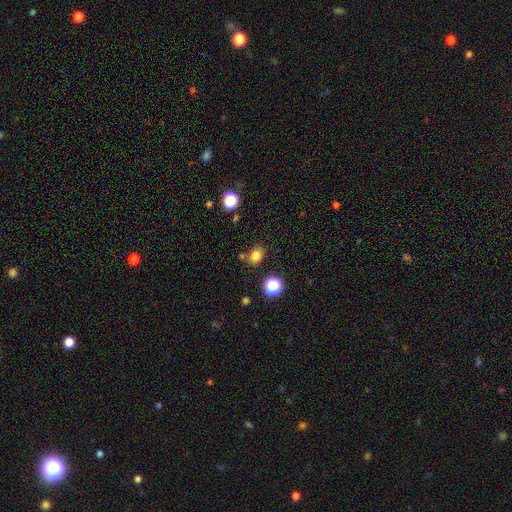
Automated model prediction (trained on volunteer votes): Smooth or featured?
  - smooth: 79% *
  - star or artifact: 15%
  - featured or disk: 6%
How rounded?
  - in between: 51% *
  - round: 48%
  - cigar-shaped: 1%
Merging?
  - none: 76% *
  - minor disturbance: 12%
  - merger: 9%
  - major disturbance: 3%